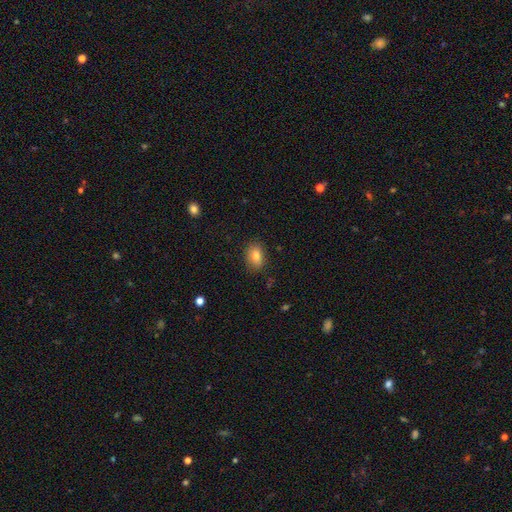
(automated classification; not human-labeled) Q: Smooth or featured?
A: smooth (82%); runner-up: featured or disk (9%)
Q: How rounded?
A: in between (79%); runner-up: round (19%)
Q: Merging?
A: none (82%); runner-up: minor disturbance (13%)